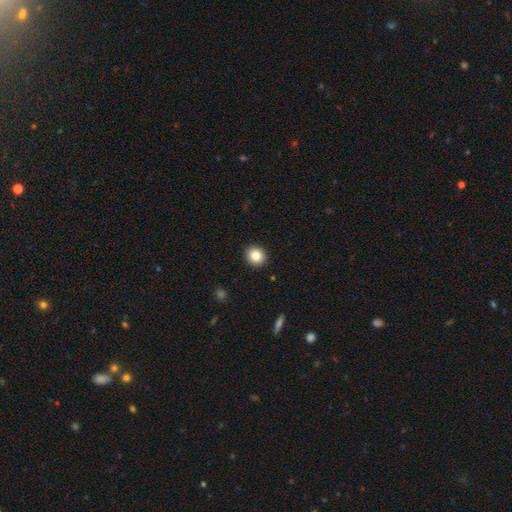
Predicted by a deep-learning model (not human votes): Morphology: type=smooth (84%); roundness=round (87%); merging=none (92%).